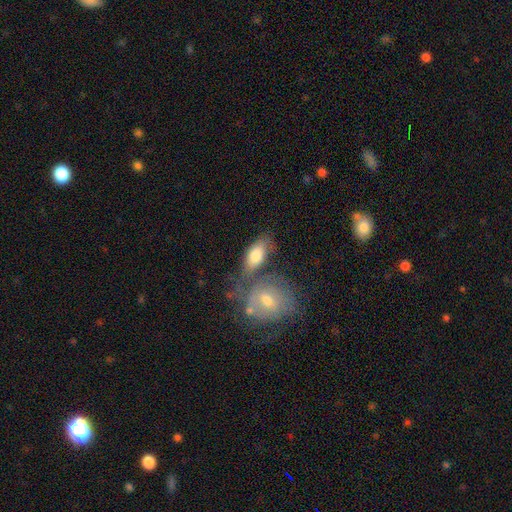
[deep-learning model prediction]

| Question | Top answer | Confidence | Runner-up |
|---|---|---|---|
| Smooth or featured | smooth | 77% | featured or disk (17%) |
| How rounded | in between | 86% | round (7%) |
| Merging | none | 46% | merger (30%) |